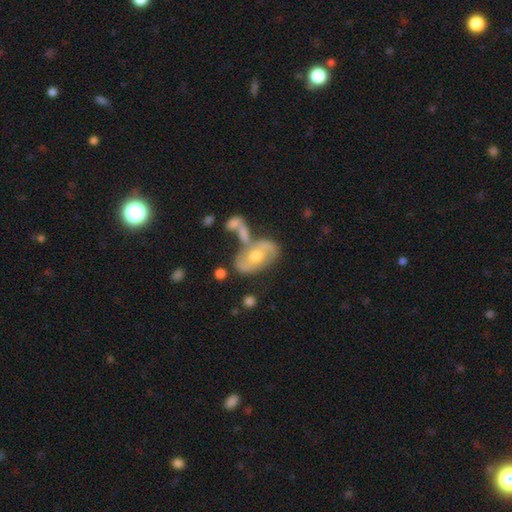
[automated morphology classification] smooth_or_featured: featured or disk (p=0.65) [alt: smooth p=0.27]
disk_edge_on: no (p=0.92) [alt: yes p=0.08]
bar: no (p=0.63) [alt: weak p=0.27]
has_spiral_arms: yes (p=0.65) [alt: no p=0.35]
bulge_size: moderate (p=0.73) [alt: small p=0.15]
merging: none (p=0.36) [alt: merger p=0.34]